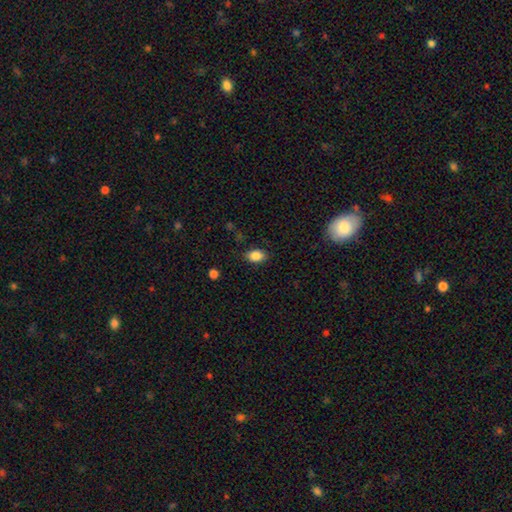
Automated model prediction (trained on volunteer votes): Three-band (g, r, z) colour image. It shows a smooth galaxy with no disk features (86%) that is in between round and cigar-shaped (85%). Merging: none (84%).